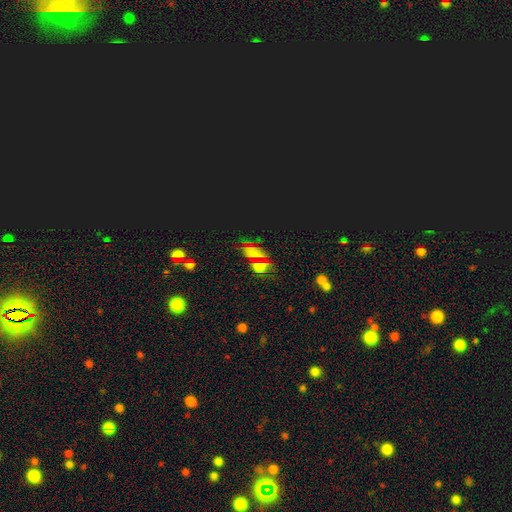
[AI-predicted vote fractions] Q: Smooth or featured?
A: star or artifact (53%); runner-up: smooth (37%)